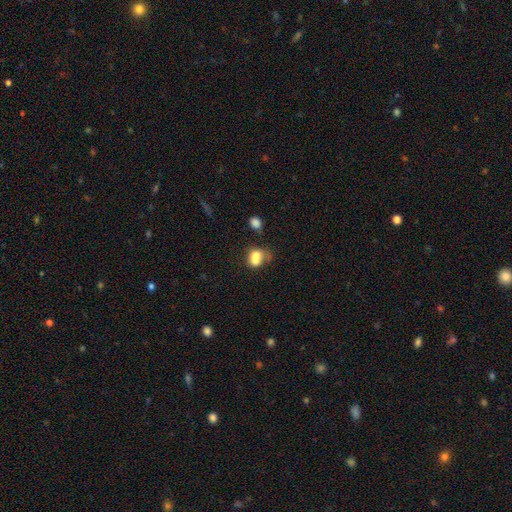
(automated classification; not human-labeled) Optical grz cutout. It shows a smooth galaxy with no disk features (74%) that is in between round and cigar-shaped (59%). Merging: merger (47%).